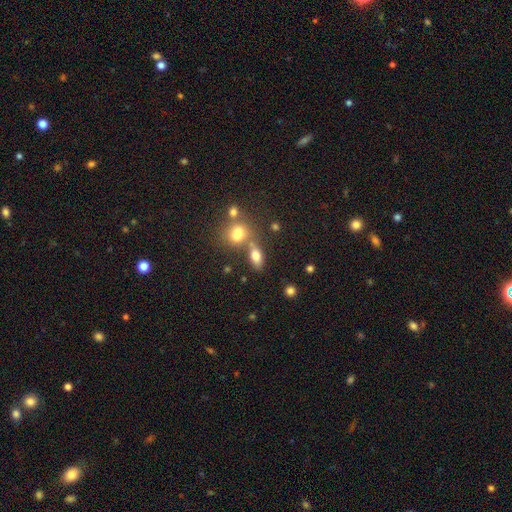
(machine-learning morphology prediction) smooth 74%, featured or disk 14%, star or artifact 12%. Down the decision tree: how rounded — in between (79%); merging — none (55%).